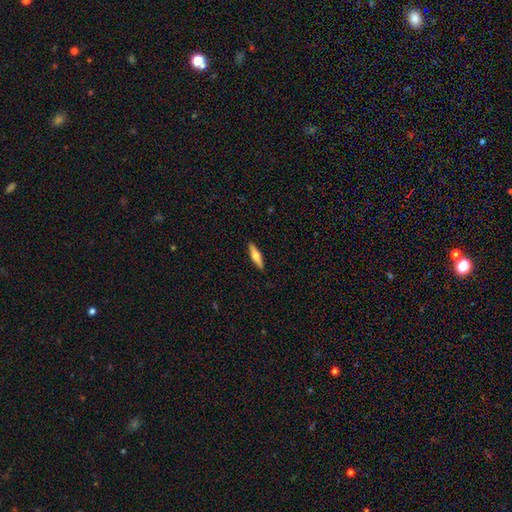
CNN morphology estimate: A featured or disk galaxy (50%). Merging: none (90%).